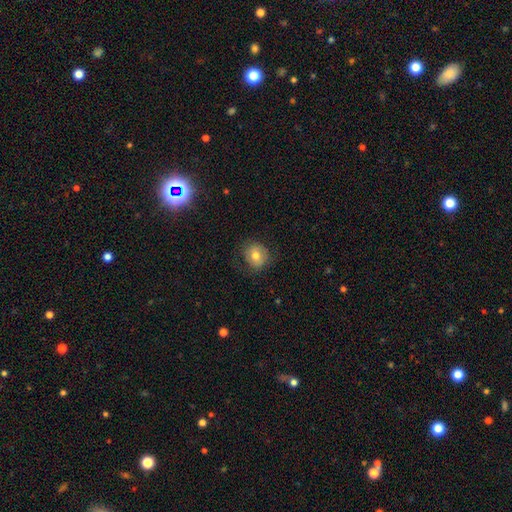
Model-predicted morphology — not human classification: Smooth or featured: smooth — 72% (featured or disk — 18%)
How rounded: round — 75% (in between — 24%)
Merging: none — 78% (minor disturbance — 15%)